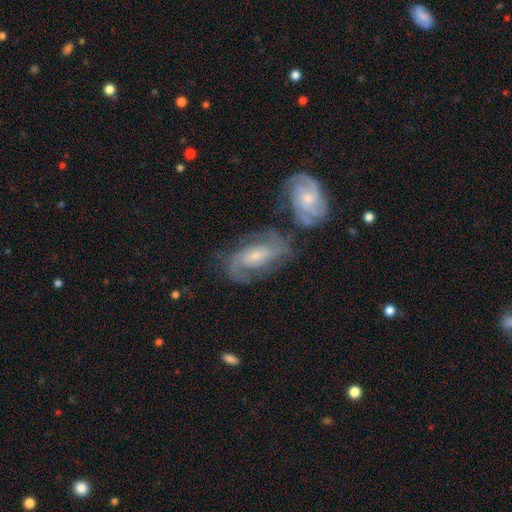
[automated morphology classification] The model was most divided on "spiral winding": medium: 45%, tight: 41%, loose: 14%. Remaining: edge-on disk — no (95%); spiral arms — yes (95%); smooth or featured — featured or disk (80%); spiral arm count — 2 (58%); bulge size — small (55%); merging — none (51%); bar — no (46%).